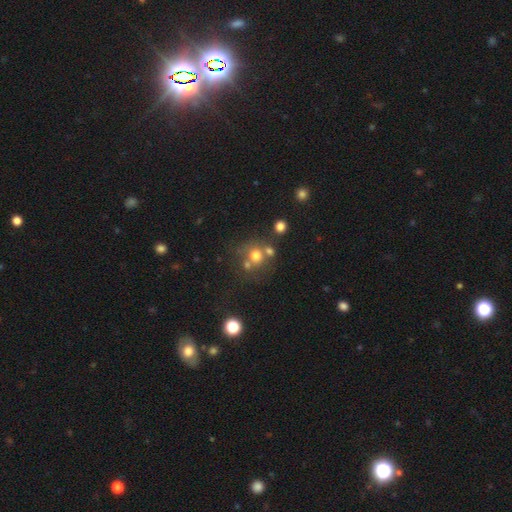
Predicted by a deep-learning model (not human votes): smooth 67%, star or artifact 17%, featured or disk 15%. Down the decision tree: how rounded — round (86%); merging — none (54%).